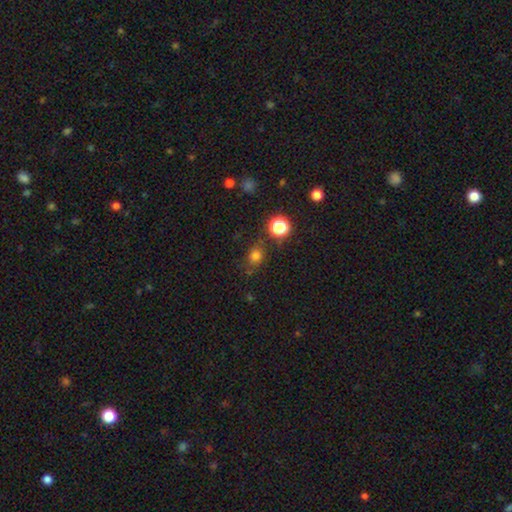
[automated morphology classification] smooth-or-featured: smooth: 72% | star or artifact: 21% | featured or disk: 7%
  how-rounded: round: 67% | in between: 32% | cigar-shaped: 1%
  merging: none: 73% | minor disturbance: 16% | major disturbance: 6% | merger: 5%